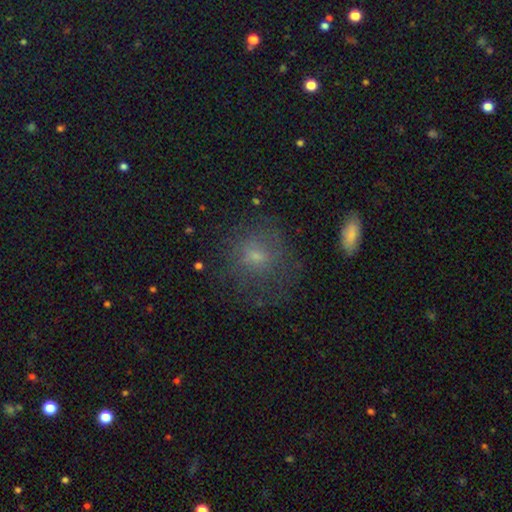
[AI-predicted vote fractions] Smooth or featured? smooth (59%)
How rounded? round (74%)
Merging? none (64%)